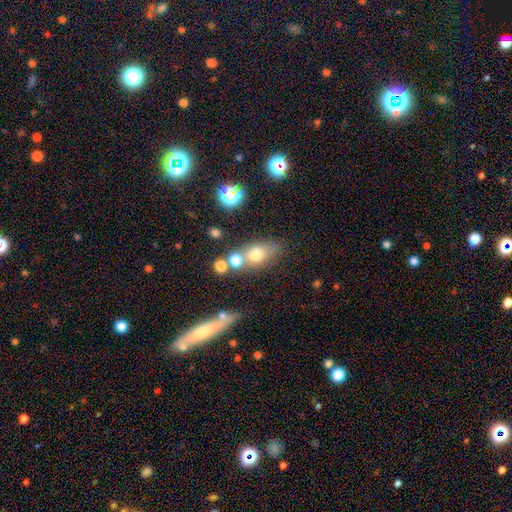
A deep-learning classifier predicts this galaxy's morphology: Smooth or featured? Predicted: smooth (p=0.65). How rounded? Predicted: in between (p=0.63). Merging? Predicted: none (p=0.46).